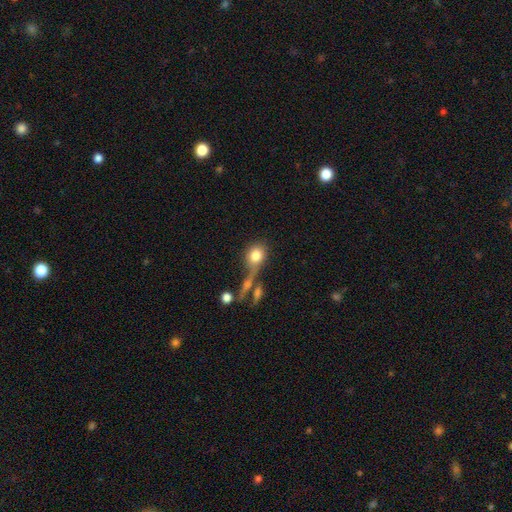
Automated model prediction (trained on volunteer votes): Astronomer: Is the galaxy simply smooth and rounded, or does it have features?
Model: smooth — 78%.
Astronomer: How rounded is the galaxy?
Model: round — 61%.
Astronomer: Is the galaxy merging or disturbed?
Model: none — 43% (runner-up: merger, 30%).